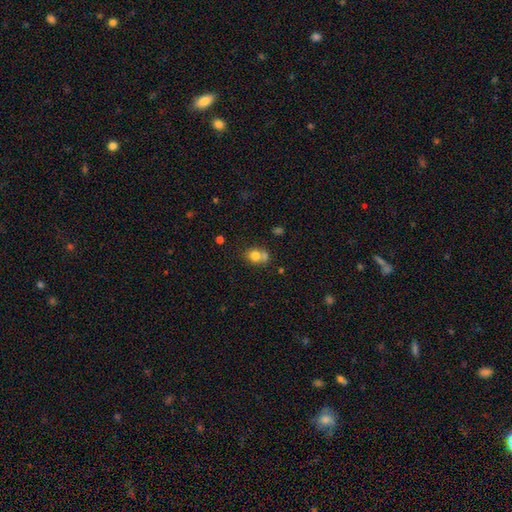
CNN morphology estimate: A smooth galaxy with no disk features (76%) that is round (66%).

Vote fractions:
- Smooth or featured? smooth: 76% / featured or disk: 12% / star or artifact: 11%
- How rounded? round: 66% / in between: 33% / cigar-shaped: 1%
- Merging? none: 44% / merger: 38% / minor disturbance: 13% / major disturbance: 5%